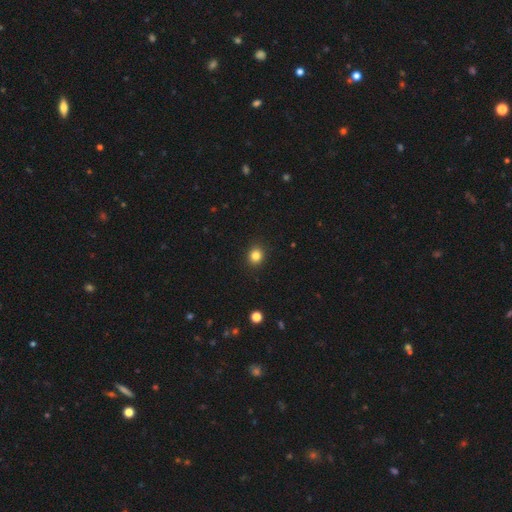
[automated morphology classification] A smooth galaxy with no disk features (84%) that is round (80%).

Vote fractions:
- Smooth or featured? smooth: 84% / star or artifact: 12% / featured or disk: 5%
- How rounded? round: 80% / in between: 19% / cigar-shaped: 1%
- Merging? none: 91% / minor disturbance: 6% / major disturbance: 2% / merger: 1%